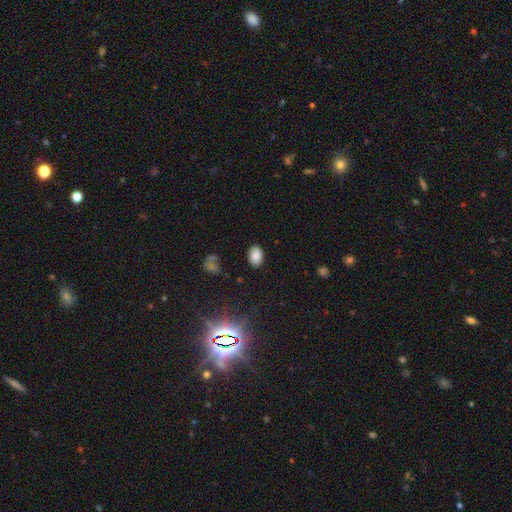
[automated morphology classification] Q: Smooth or featured?
A: smooth (81%); runner-up: star or artifact (10%)
Q: How rounded?
A: in between (84%); runner-up: round (14%)
Q: Merging?
A: none (83%); runner-up: minor disturbance (13%)